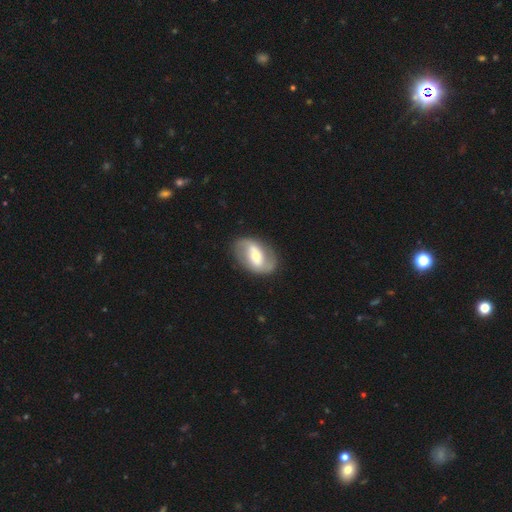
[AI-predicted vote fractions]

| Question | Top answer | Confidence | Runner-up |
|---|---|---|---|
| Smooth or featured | featured or disk | 73% | smooth (21%) |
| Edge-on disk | no | 96% | yes (4%) |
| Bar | strong | 38% | weak (35%) |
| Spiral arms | yes | 78% | no (22%) |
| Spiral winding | medium | 40% | loose (38%) |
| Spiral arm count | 2 | 87% | can't tell (7%) |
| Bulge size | moderate | 54% | small (37%) |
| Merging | none | 80% | minor disturbance (13%) |